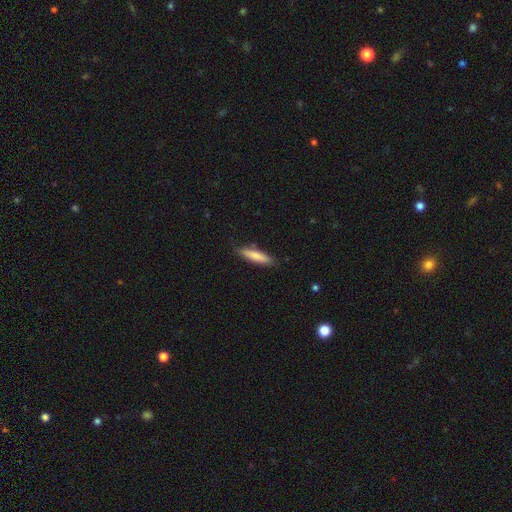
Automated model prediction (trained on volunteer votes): This appears to be a smooth galaxy with no disk features (79%) that is cigar-shaped (80%). Merging: none (84%).